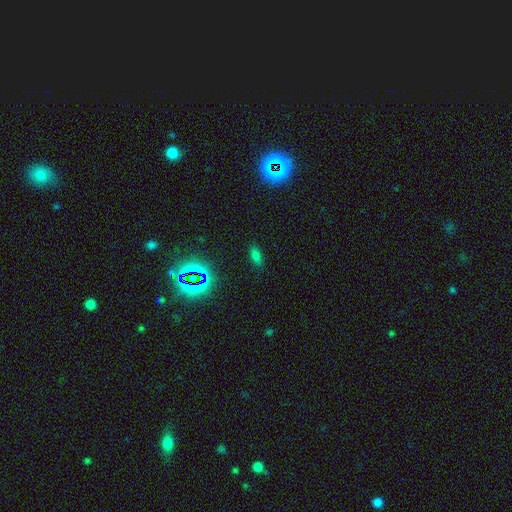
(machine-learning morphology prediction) smooth-or-featured: smooth: 66% | star or artifact: 25% | featured or disk: 9%
  how-rounded: in between: 77% | cigar-shaped: 18% | round: 5%
  merging: none: 84% | minor disturbance: 11% | major disturbance: 3% | merger: 2%